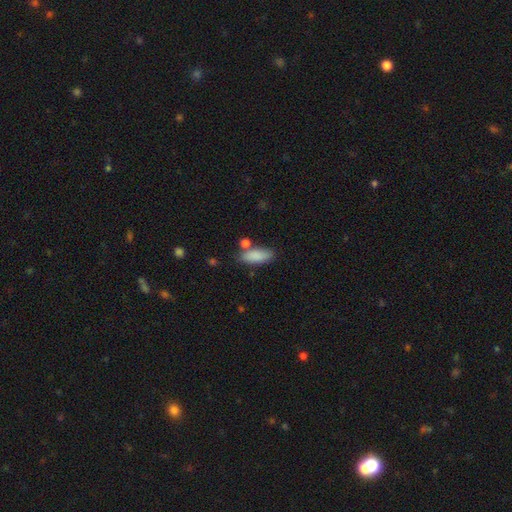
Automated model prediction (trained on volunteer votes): smooth 86%, featured or disk 7%, star or artifact 7%. Down the decision tree: how rounded — in between (77%); merging — none (69%).